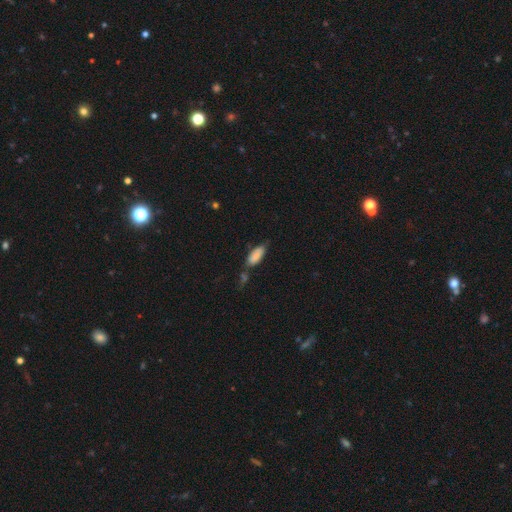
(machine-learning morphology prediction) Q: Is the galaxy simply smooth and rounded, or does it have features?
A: smooth — 85%.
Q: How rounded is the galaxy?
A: in between — 77%.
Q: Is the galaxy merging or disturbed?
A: none — 52%.